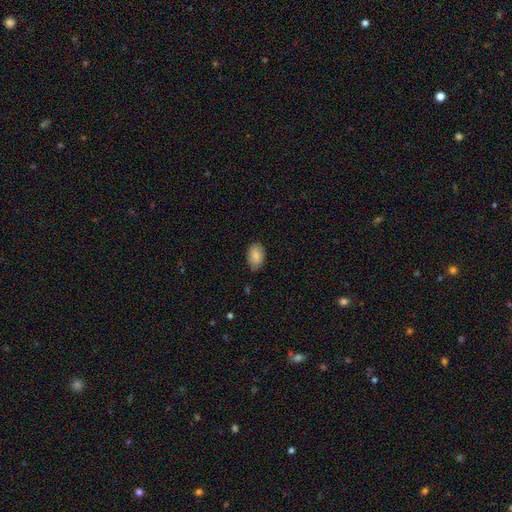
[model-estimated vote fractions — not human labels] A smooth galaxy with no disk features (86%) that is in between round and cigar-shaped (90%). Merging: none (79%).